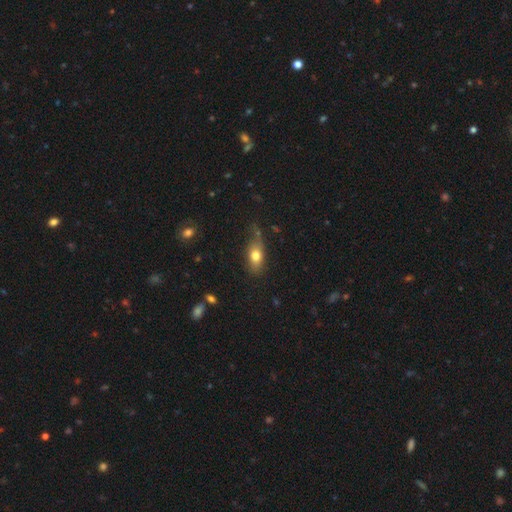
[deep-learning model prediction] Smooth or featured? Predicted: smooth (p=0.75). How rounded? Predicted: in between (p=0.77). Merging? Predicted: none (p=0.57).